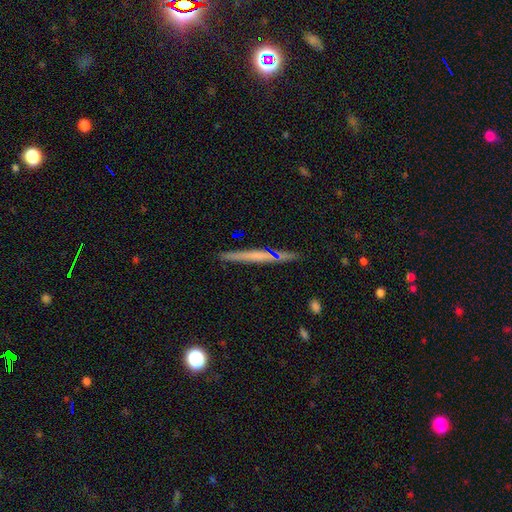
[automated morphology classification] This is possibly a featured or disk galaxy (47%). Merging: clearly none (85%).